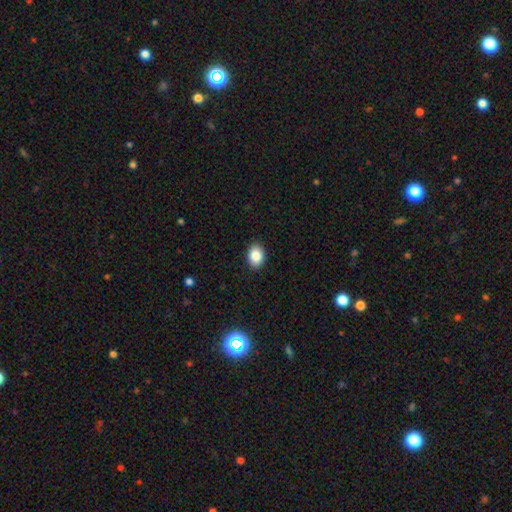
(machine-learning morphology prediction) Smooth or featured?
  - smooth: 86% *
  - star or artifact: 8%
  - featured or disk: 6%
How rounded?
  - in between: 73% *
  - round: 26%
  - cigar-shaped: 1%
Merging?
  - none: 90% *
  - minor disturbance: 7%
  - major disturbance: 2%
  - merger: 1%